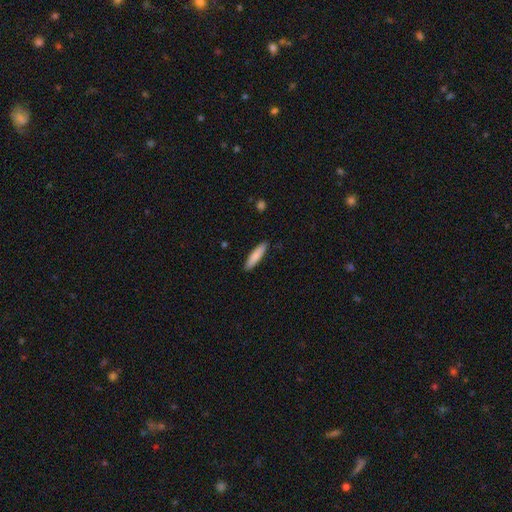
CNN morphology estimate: A smooth galaxy with no disk features (83%) that is cigar-shaped (80%). Merging: none (89%).